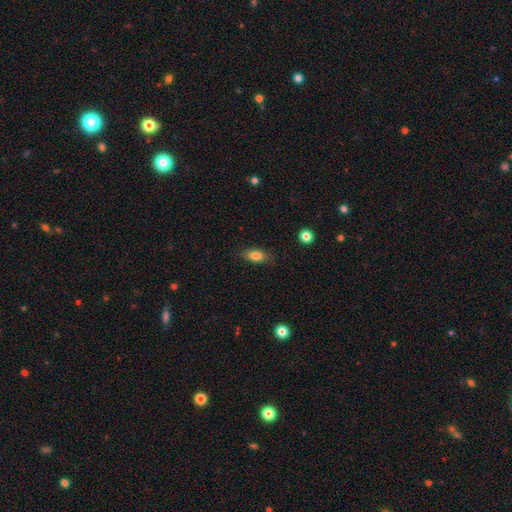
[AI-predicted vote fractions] Morphology: type=smooth (81%); roundness=in between (83%); merging=none (83%).